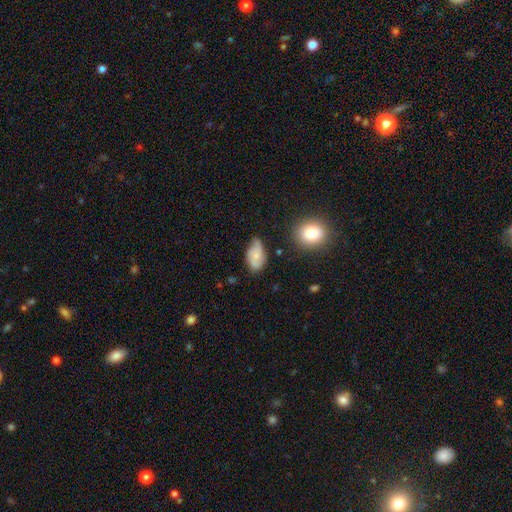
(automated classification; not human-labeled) Q: Smooth or featured?
A: smooth (53%); runner-up: featured or disk (39%)
Q: How rounded?
A: in between (90%); runner-up: round (8%)
Q: Merging?
A: none (56%); runner-up: minor disturbance (33%)